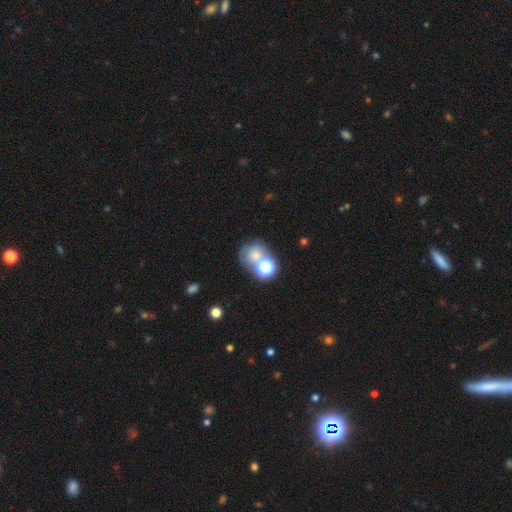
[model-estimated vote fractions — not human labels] Morphology: type=smooth (61%); roundness=round (74%); merging=none (41%).